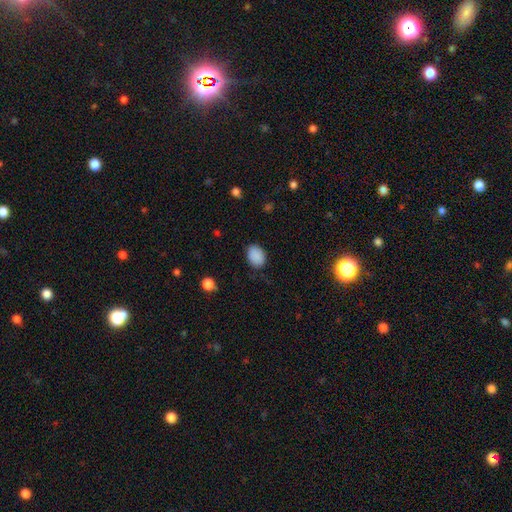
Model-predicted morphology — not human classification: Smooth or featured? smooth (89%)
How rounded? in between (69%)
Merging? none (81%)